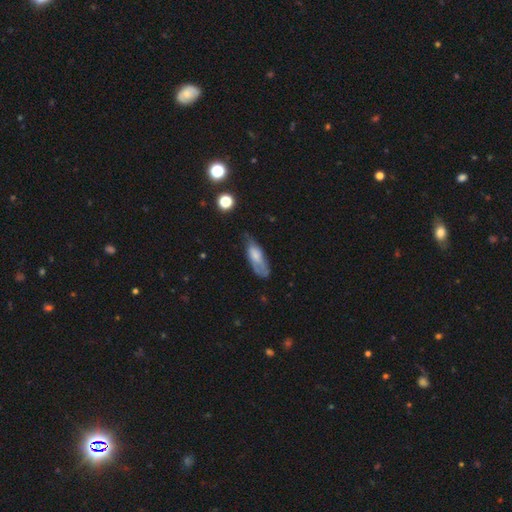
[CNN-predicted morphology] smooth_or_featured: smooth (p=0.58) [alt: featured or disk p=0.35]
how_rounded: in between (p=0.68) [alt: cigar-shaped p=0.29]
merging: none (p=0.46) [alt: minor disturbance p=0.35]